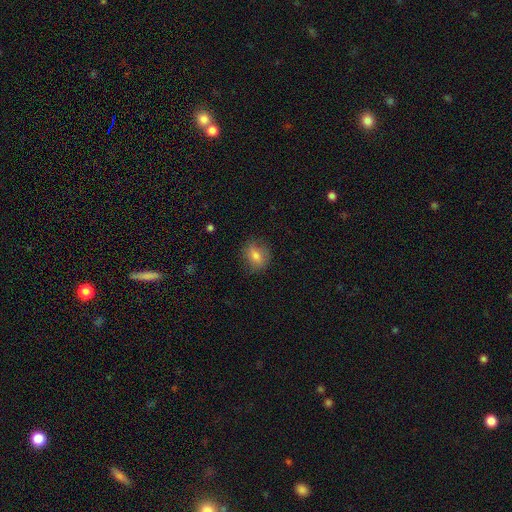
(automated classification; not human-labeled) smooth 76%, featured or disk 14%, star or artifact 10%. Down the decision tree: how rounded — round (53%); merging — none (81%).